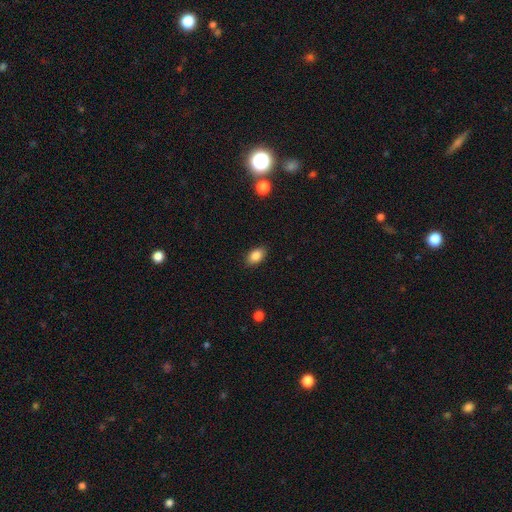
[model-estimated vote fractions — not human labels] smooth 86%, star or artifact 8%, featured or disk 5%. Down the decision tree: how rounded — in between (89%); merging — none (87%).